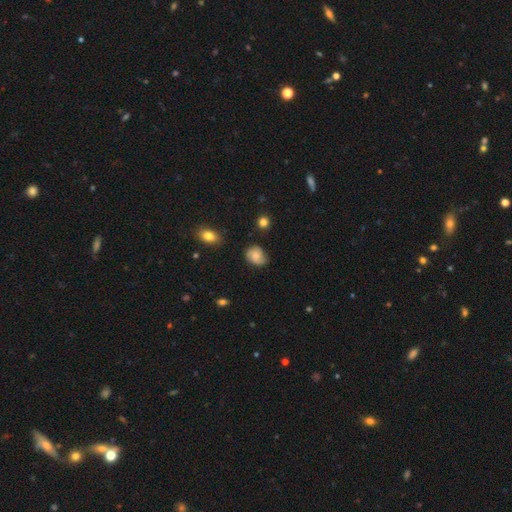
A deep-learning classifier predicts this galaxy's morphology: Overall: smooth (55%; featured or disk 37%). How rounded: round (50%; in between 48%). Merging: none (66%).